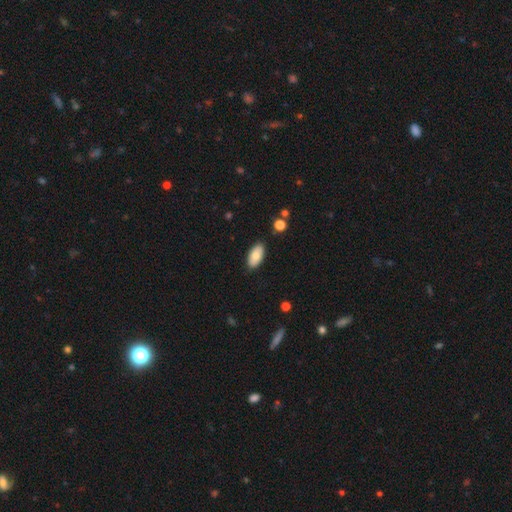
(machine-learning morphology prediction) smooth_or_featured: smooth (p=0.75) [alt: featured or disk p=0.19]
how_rounded: in between (p=0.93) [alt: cigar-shaped p=0.04]
merging: none (p=0.85) [alt: minor disturbance p=0.11]